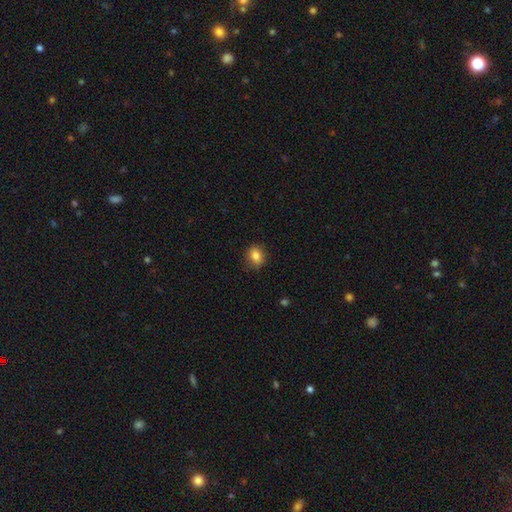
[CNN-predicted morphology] Smooth or featured? Predicted: smooth (p=0.83). How rounded? Predicted: round (p=0.51). Merging? Predicted: none (p=0.83).